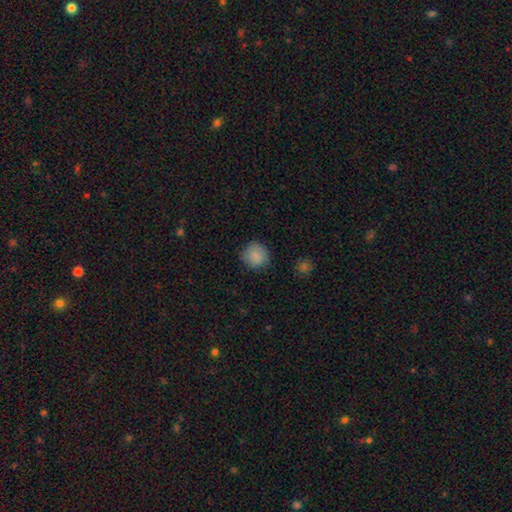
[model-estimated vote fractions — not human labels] This appears to be a smooth galaxy with no disk features (88%) that is round (91%). Merging: none (85%).